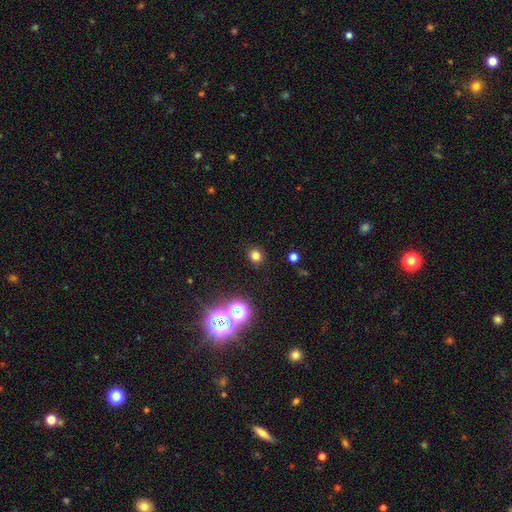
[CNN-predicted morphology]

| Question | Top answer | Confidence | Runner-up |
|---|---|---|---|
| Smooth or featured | smooth | 75% | star or artifact (19%) |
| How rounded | round | 76% | in between (23%) |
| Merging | none | 89% | minor disturbance (7%) |